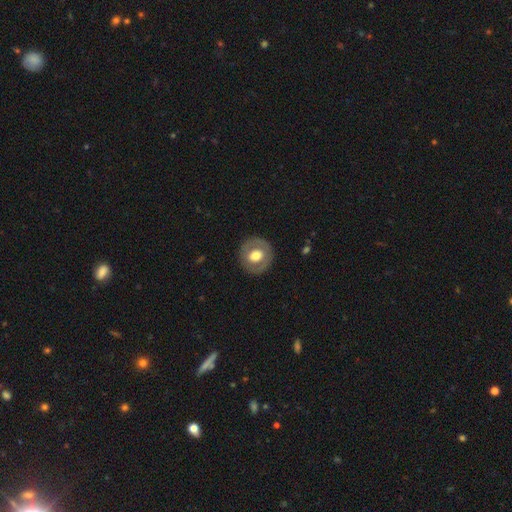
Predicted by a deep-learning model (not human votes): Smooth or featured? smooth (49%)
Merging? none (85%)